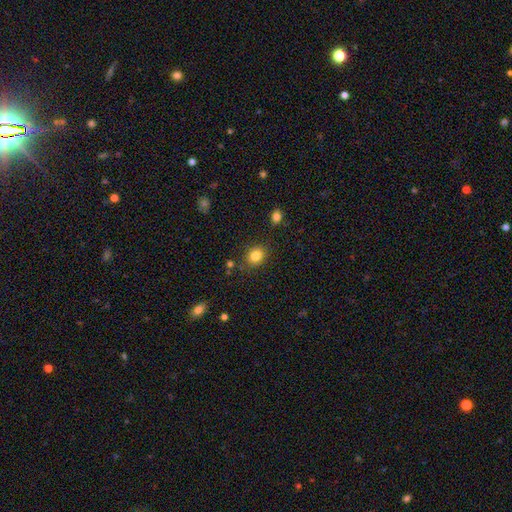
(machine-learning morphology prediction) Q: Smooth or featured?
A: smooth (84%); runner-up: star or artifact (11%)
Q: How rounded?
A: round (60%); runner-up: in between (40%)
Q: Merging?
A: none (84%); runner-up: minor disturbance (11%)